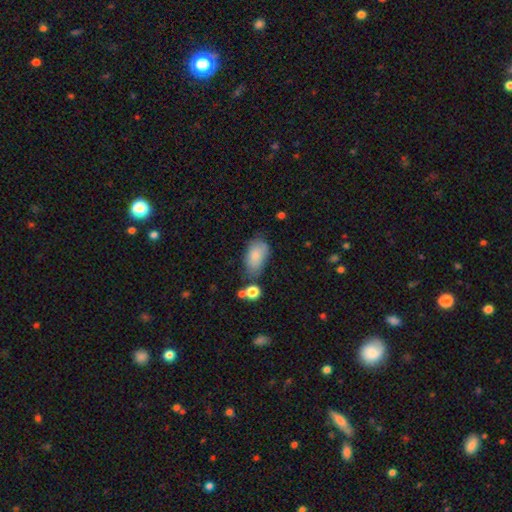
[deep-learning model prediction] smooth 81%, featured or disk 11%, star or artifact 8%. Down the decision tree: how rounded — in between (92%); merging — none (52%).